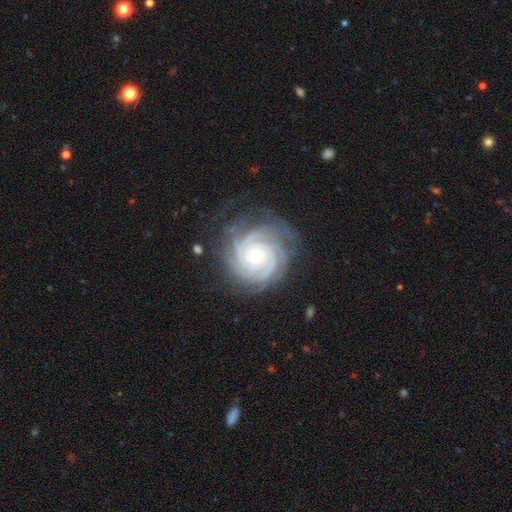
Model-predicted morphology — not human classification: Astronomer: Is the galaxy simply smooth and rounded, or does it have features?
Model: featured or disk — 90%.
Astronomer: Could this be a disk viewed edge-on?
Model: no — 98%.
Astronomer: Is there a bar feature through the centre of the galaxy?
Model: no — 75%.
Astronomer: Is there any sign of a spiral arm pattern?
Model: yes — 99%.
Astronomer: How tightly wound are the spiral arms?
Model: tight — 85%.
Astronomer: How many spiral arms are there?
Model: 4 — 33% (runner-up: more than 4, 18%).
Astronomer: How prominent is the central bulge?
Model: small — 71%.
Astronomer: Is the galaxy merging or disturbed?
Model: none — 77%.